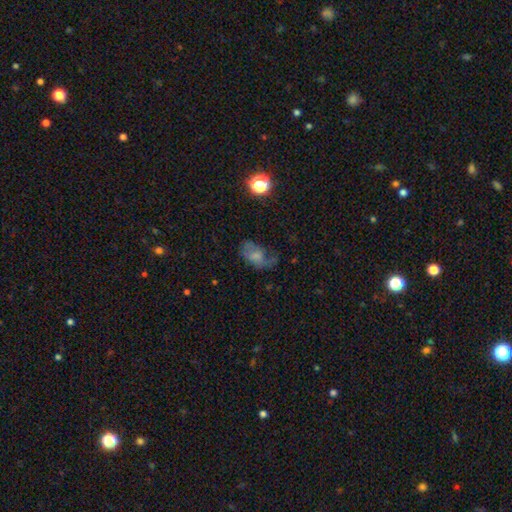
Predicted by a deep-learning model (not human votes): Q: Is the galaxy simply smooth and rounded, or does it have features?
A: smooth — 57%.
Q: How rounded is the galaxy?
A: in between — 87%.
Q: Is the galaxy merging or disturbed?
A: none — 36%.